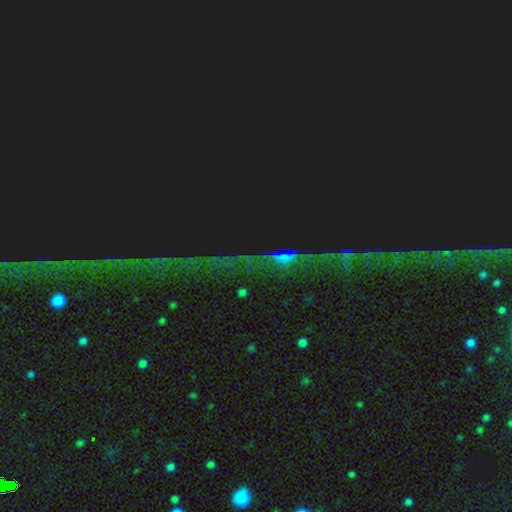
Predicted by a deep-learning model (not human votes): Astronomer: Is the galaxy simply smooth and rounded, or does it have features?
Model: star or artifact — 71%.